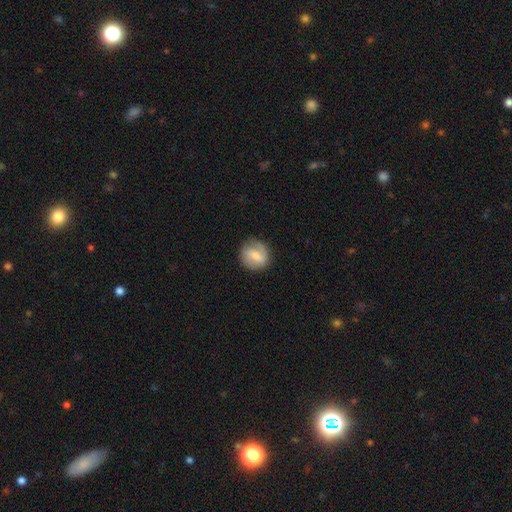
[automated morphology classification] smooth_or_featured: smooth (p=0.47) [alt: featured or disk p=0.46]
merging: none (p=0.84) [alt: minor disturbance p=0.11]